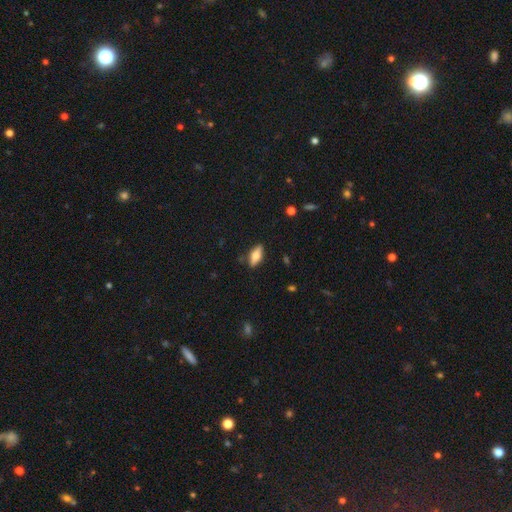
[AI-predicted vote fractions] Q: Smooth or featured?
A: smooth (61%); runner-up: featured or disk (32%)
Q: How rounded?
A: in between (72%); runner-up: cigar-shaped (25%)
Q: Merging?
A: none (84%); runner-up: minor disturbance (12%)